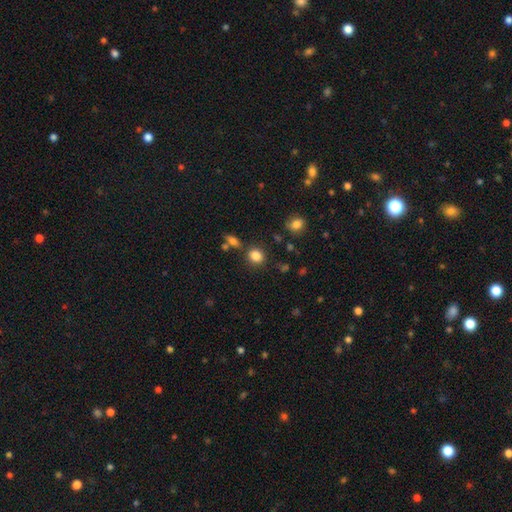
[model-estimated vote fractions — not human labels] This appears to be a smooth galaxy with no disk features (84%) that is round (68%). Merging: none (79%).